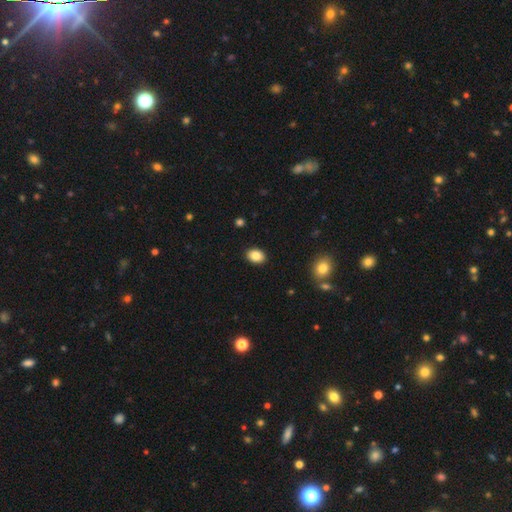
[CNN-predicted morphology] smooth 86%, star or artifact 9%, featured or disk 6%. Down the decision tree: how rounded — in between (69%); merging — none (90%).